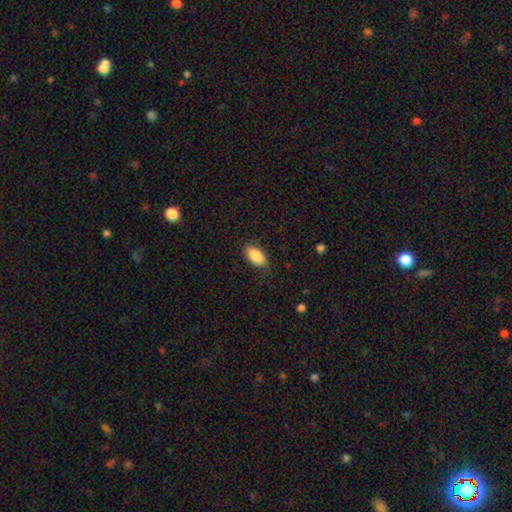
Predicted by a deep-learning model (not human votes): This appears to be a smooth galaxy with no disk features (88%) that is in between round and cigar-shaped (92%). Merging: none (84%).